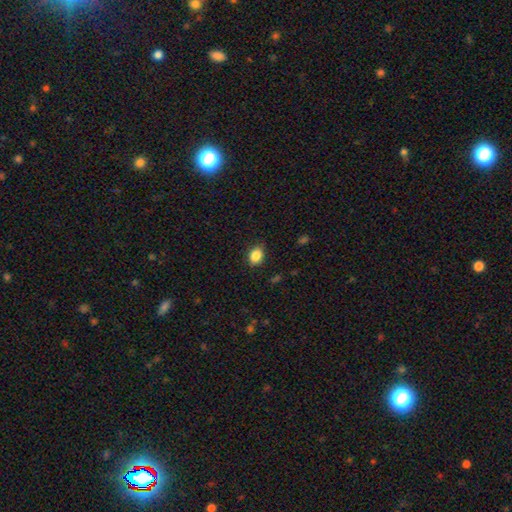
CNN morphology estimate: smooth-or-featured: smooth: 87% | star or artifact: 9% | featured or disk: 4%
  how-rounded: in between: 70% | round: 29% | cigar-shaped: 1%
  merging: none: 85% | minor disturbance: 12% | major disturbance: 3% | merger: 1%